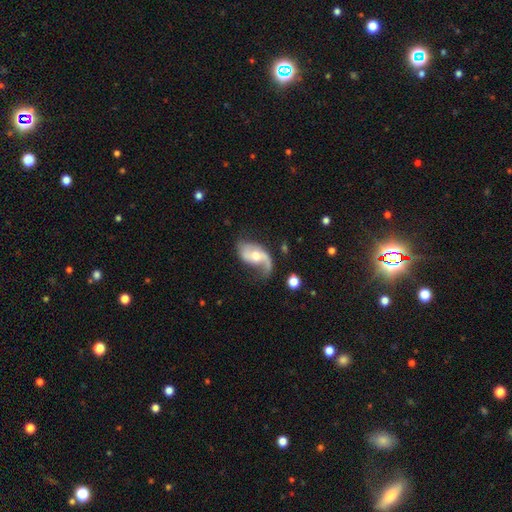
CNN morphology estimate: Smooth or featured: featured or disk — 79% (smooth — 15%)
Edge-on disk: no — 96% (yes — 4%)
Bar: no — 51% (weak — 38%)
Spiral arms: yes — 93% (no — 7%)
Spiral winding: loose — 64% (medium — 28%)
Spiral arm count: 2 — 69% (1 — 24%)
Bulge size: moderate — 64% (small — 26%)
Merging: none — 48% (minor disturbance — 26%)